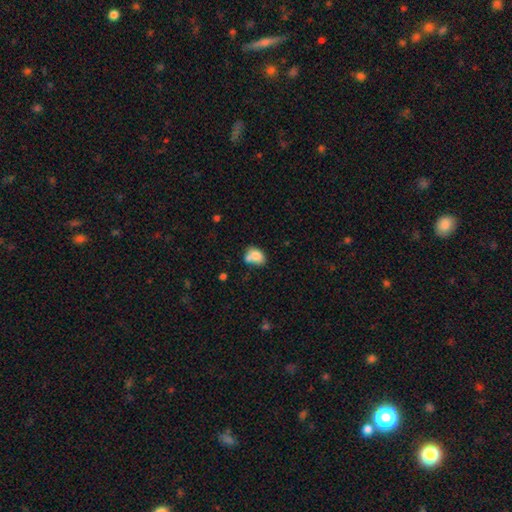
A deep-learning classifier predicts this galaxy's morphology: Q: Smooth or featured?
A: smooth (77%); runner-up: featured or disk (14%)
Q: How rounded?
A: in between (71%); runner-up: round (28%)
Q: Merging?
A: none (42%); runner-up: merger (35%)